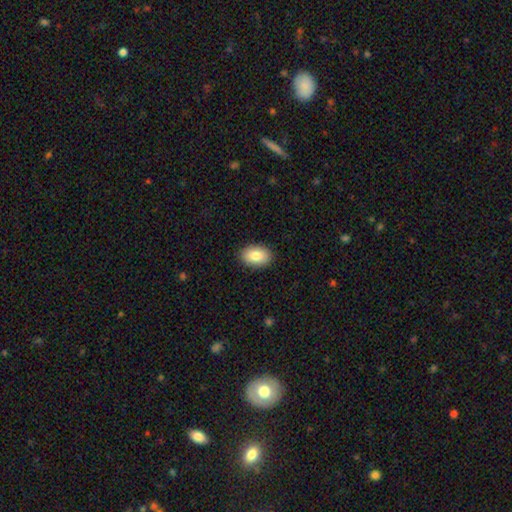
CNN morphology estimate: Smooth or featured? Predicted: smooth (p=0.84). How rounded? Predicted: in between (p=0.87). Merging? Predicted: none (p=0.90).